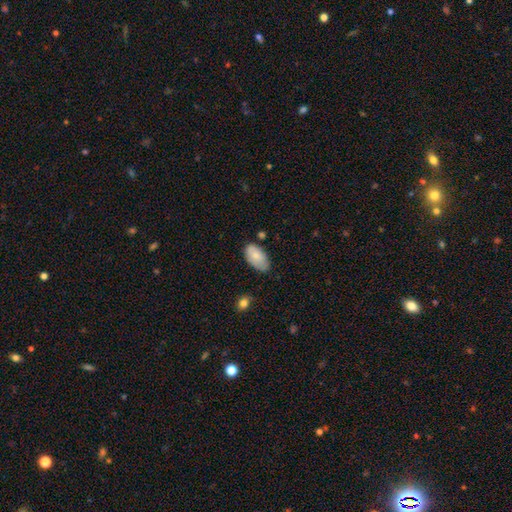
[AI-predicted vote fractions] This appears to be a smooth galaxy with no disk features (77%) that is in between round and cigar-shaped (95%). Merging: none (67%).